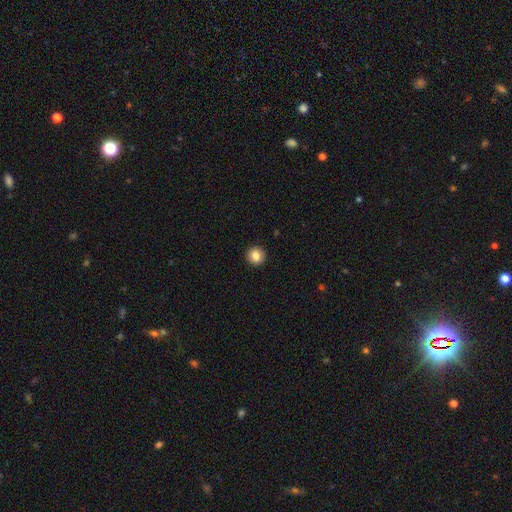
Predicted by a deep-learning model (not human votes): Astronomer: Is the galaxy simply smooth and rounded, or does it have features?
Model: smooth — 85%.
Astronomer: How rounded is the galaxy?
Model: round — 95%.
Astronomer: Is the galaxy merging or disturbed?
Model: none — 94%.